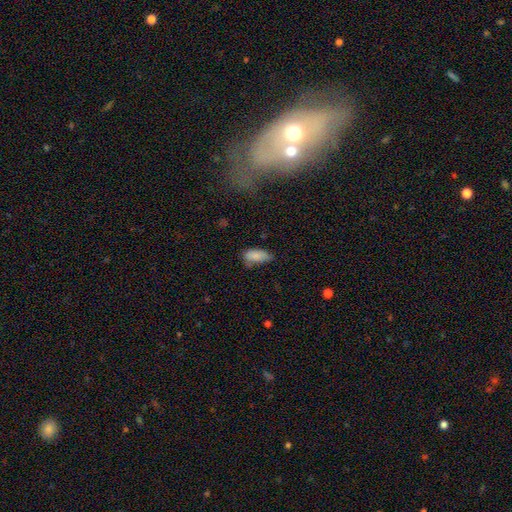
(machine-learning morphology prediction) smooth 82%, featured or disk 10%, star or artifact 8%. Down the decision tree: how rounded — in between (90%); merging — none (47%).